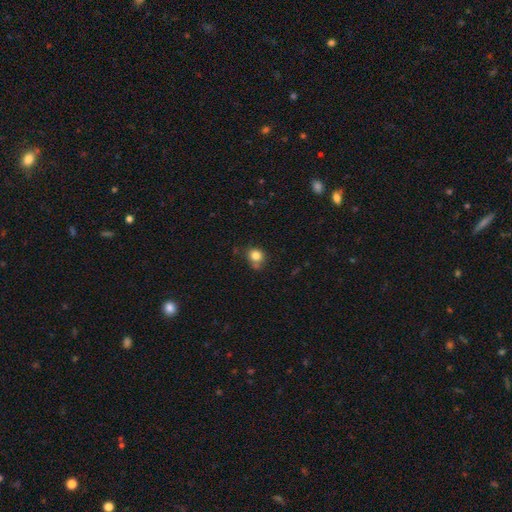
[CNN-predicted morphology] smooth 83%, star or artifact 11%, featured or disk 6%. Down the decision tree: how rounded — round (77%); merging — none (61%).